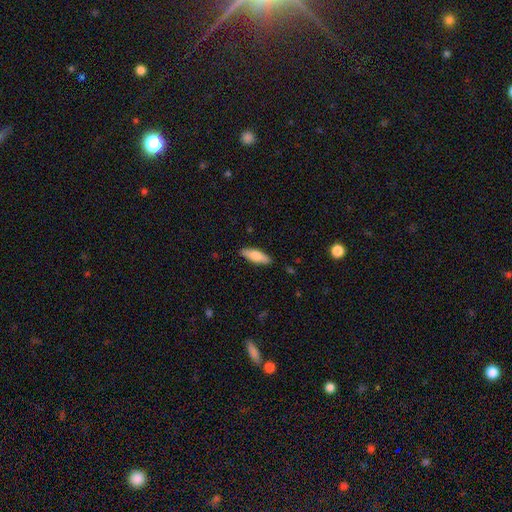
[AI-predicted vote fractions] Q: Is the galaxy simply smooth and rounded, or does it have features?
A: smooth — 72%.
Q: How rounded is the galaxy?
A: in between — 53%.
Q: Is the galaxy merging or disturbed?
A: none — 88%.